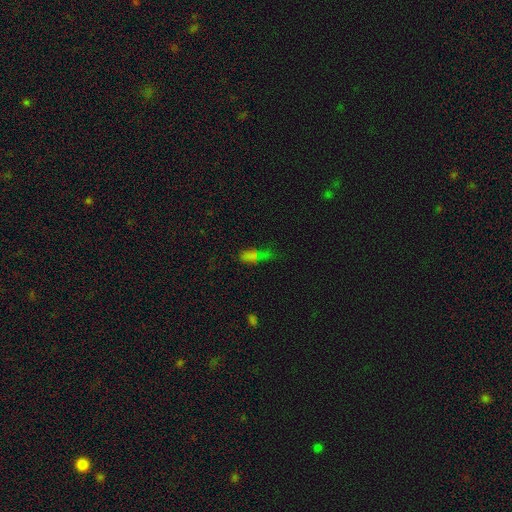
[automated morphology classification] smooth 56%, star or artifact 33%, featured or disk 11%. Down the decision tree: how rounded — in between (68%); merging — none (43%).